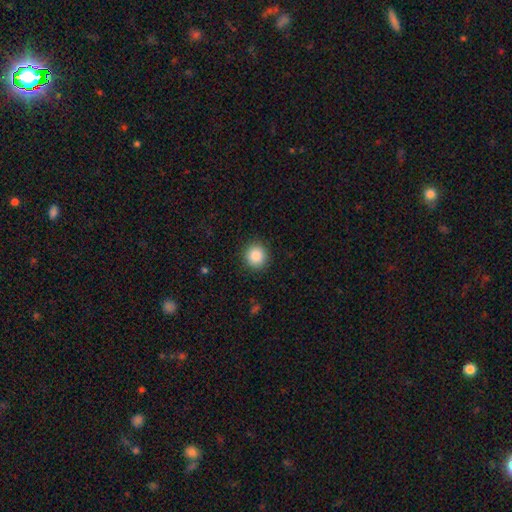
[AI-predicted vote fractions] This appears to be a smooth galaxy with no disk features (85%) that is round (91%). Merging: none (91%).